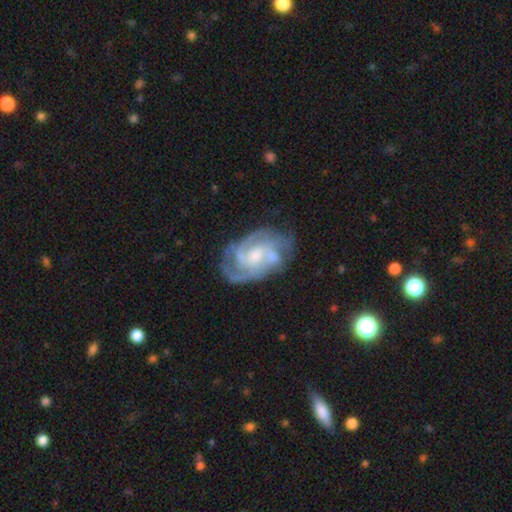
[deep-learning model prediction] Smooth or featured: featured or disk — 86% (smooth — 9%)
Edge-on disk: no — 97% (yes — 3%)
Bar: no — 57% (weak — 35%)
Spiral arms: yes — 96% (no — 4%)
Spiral winding: tight — 55% (medium — 38%)
Spiral arm count: 3 — 36% (can't tell — 21%)
Bulge size: moderate — 50% (small — 36%)
Merging: none — 67% (minor disturbance — 20%)